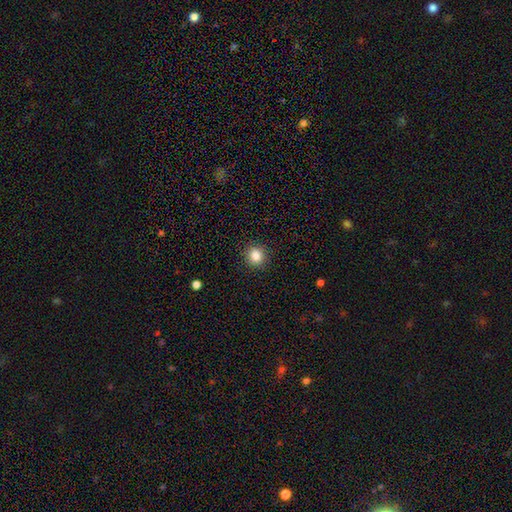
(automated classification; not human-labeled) This appears to be a smooth galaxy with no disk features (85%) that is round (90%). Merging: none (91%).